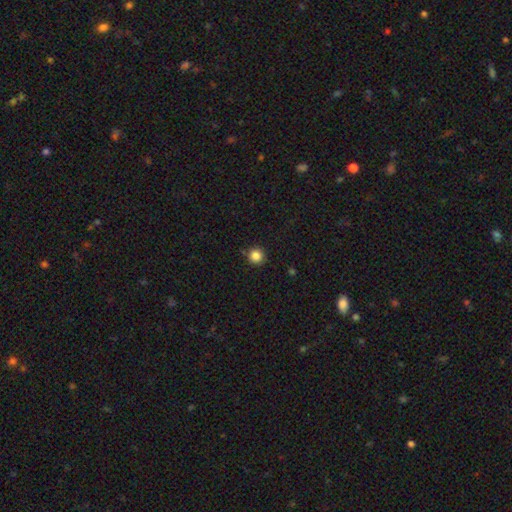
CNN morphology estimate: Q: Smooth or featured?
A: smooth (85%); runner-up: star or artifact (12%)
Q: How rounded?
A: round (96%); runner-up: in between (4%)
Q: Merging?
A: none (89%); runner-up: minor disturbance (7%)